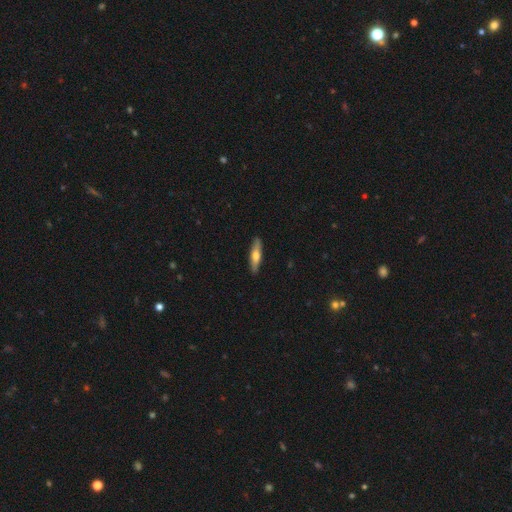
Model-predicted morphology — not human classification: Smooth or featured? smooth (59%)
How rounded? cigar-shaped (76%)
Merging? none (90%)